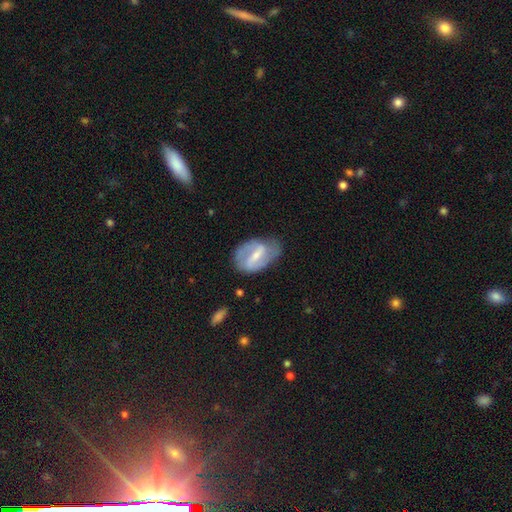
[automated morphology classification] smooth-or-featured: featured or disk: 76% | smooth: 18% | star or artifact: 6%
  disk-edge-on: no: 96% | yes: 4%
    bar: strong: 52% | weak: 38% | no: 11%
    has-spiral-arms: yes: 84% | no: 16%
      spiral-winding: medium: 45% | loose: 31% | tight: 24%
      spiral-arm-count: 2: 81% | can't tell: 10% | 1: 5% | 3: 2% | 4: 1% | more than 4: 1%
    bulge-size: small: 52% | moderate: 38% | none: 7% | large: 3% | dominant: 1%
  merging: none: 67% | minor disturbance: 23% | major disturbance: 9% | merger: 2%